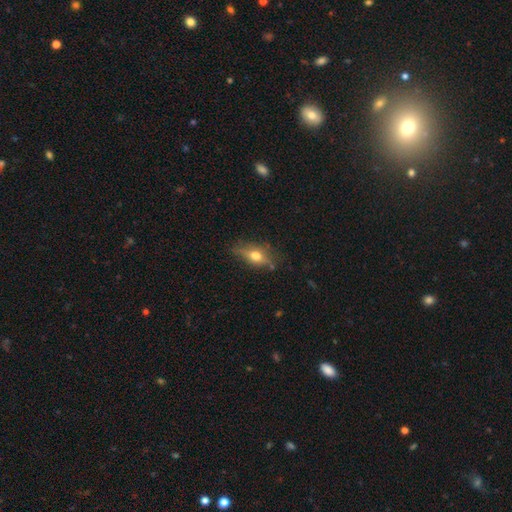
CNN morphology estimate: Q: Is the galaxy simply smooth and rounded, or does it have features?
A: smooth — 52%.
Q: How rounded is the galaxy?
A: in between — 67%.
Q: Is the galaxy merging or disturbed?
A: none — 70%.